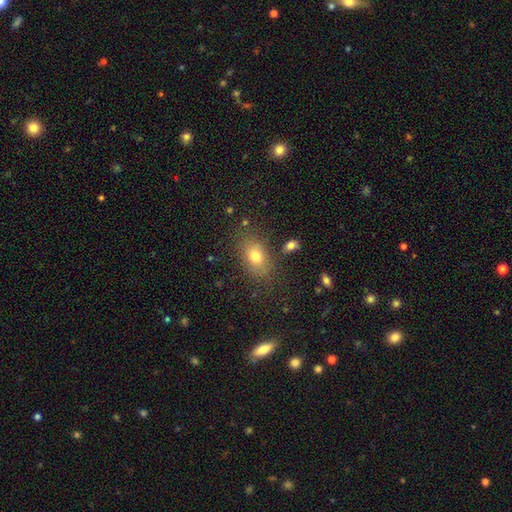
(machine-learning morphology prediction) Smooth or featured? Predicted: smooth (p=0.75). How rounded? Predicted: in between (p=0.78). Merging? Predicted: none (p=0.78).